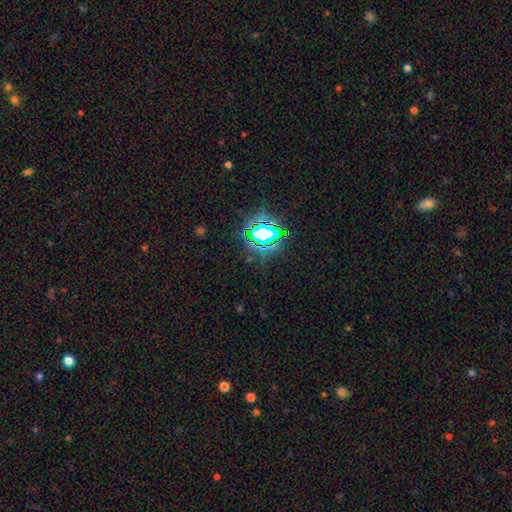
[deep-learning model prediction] star or artifact 78%, smooth 15%, featured or disk 8%.